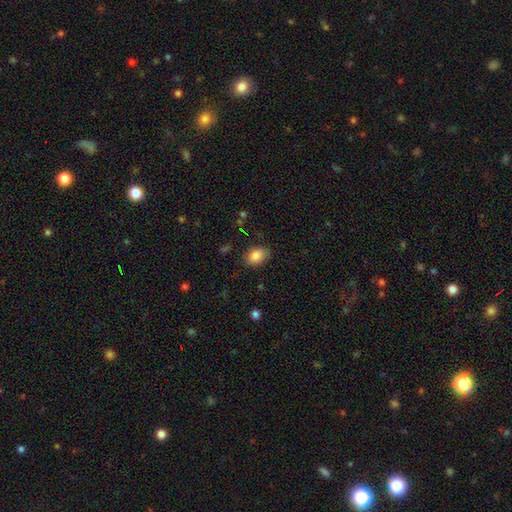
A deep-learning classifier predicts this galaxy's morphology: smooth 86%, star or artifact 8%, featured or disk 6%. Down the decision tree: how rounded — in between (83%); merging — none (82%).